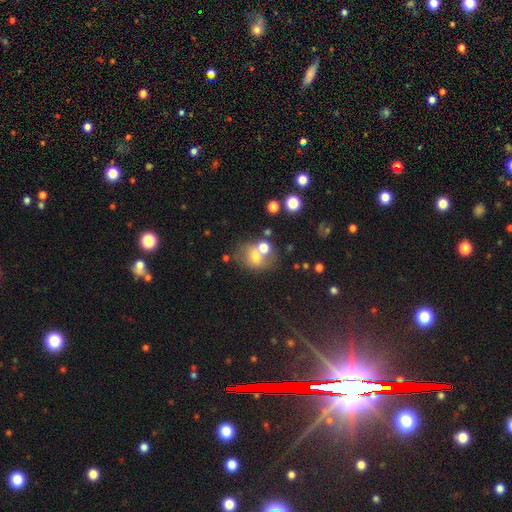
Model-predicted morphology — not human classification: The model was most divided on "how rounded": round: 51%, in between: 48%, cigar-shaped: 1%. Remaining: smooth or featured — smooth (62%); merging — none (43%).